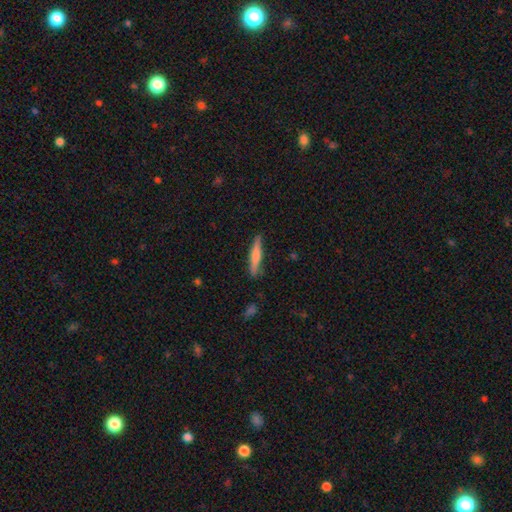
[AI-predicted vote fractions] The model was most divided on "smooth or featured": smooth: 60%, featured or disk: 34%, star or artifact: 6%. More confident: how rounded — cigar-shaped (91%); merging — none (86%).